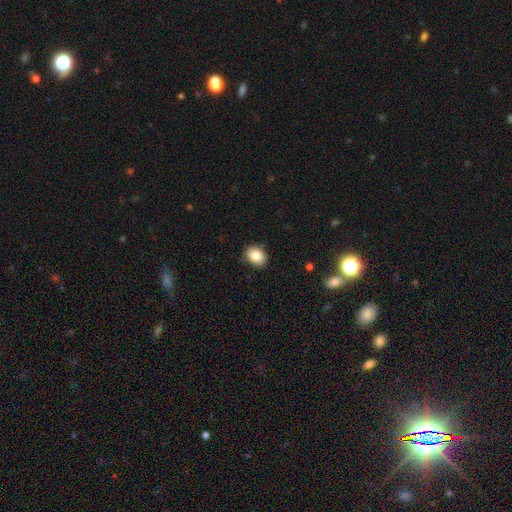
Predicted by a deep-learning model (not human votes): Overall: smooth (86%). How rounded: in between (62%; round 37%). Merging: none (84%).